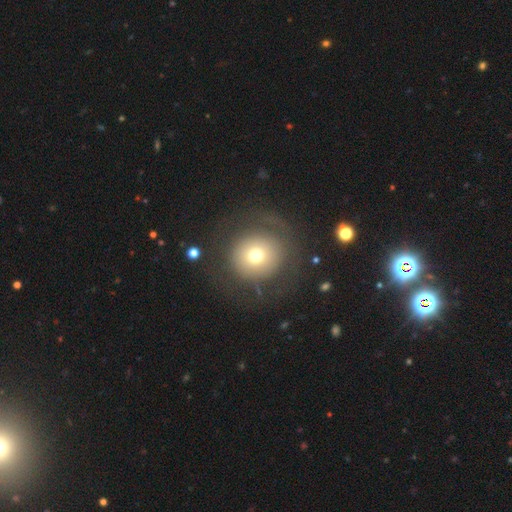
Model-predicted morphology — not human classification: This appears to be a smooth galaxy with no disk features (64%) that is round (93%). Merging: none (65%).